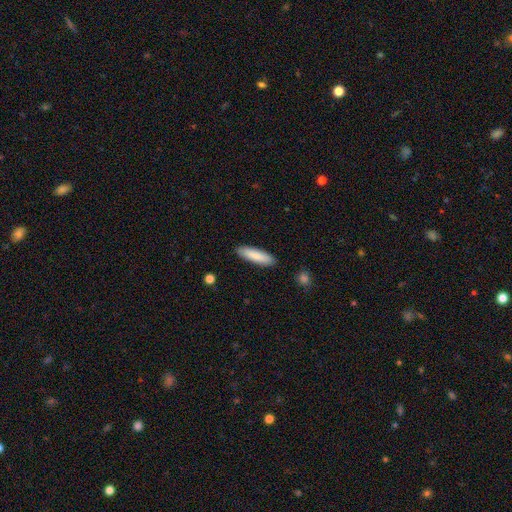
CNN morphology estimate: Smooth or featured: smooth — 87% (featured or disk — 8%)
How rounded: cigar-shaped — 66% (in between — 33%)
Merging: none — 90% (minor disturbance — 7%)